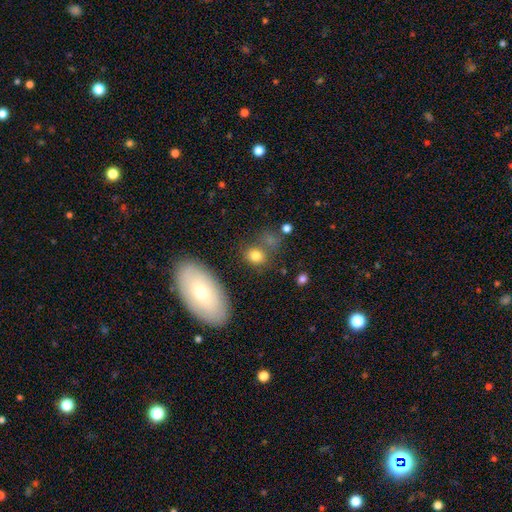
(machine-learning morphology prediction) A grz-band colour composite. It shows a smooth galaxy with no disk features (80%) that is round (66%). Merging: none (67%).